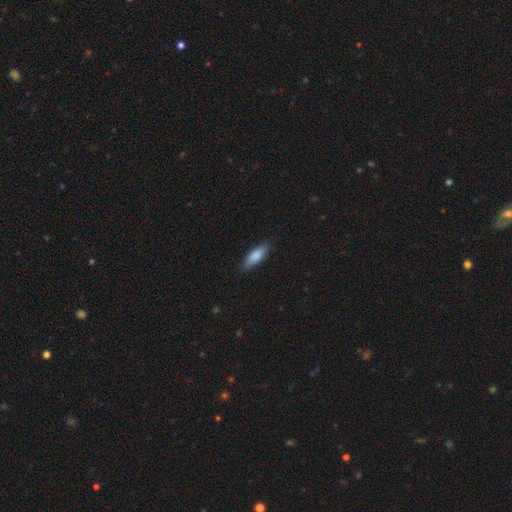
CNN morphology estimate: The model was most divided on "how rounded": in between: 58%, cigar-shaped: 40%, round: 2%. More confident: merging — none (85%); smooth or featured — smooth (83%).